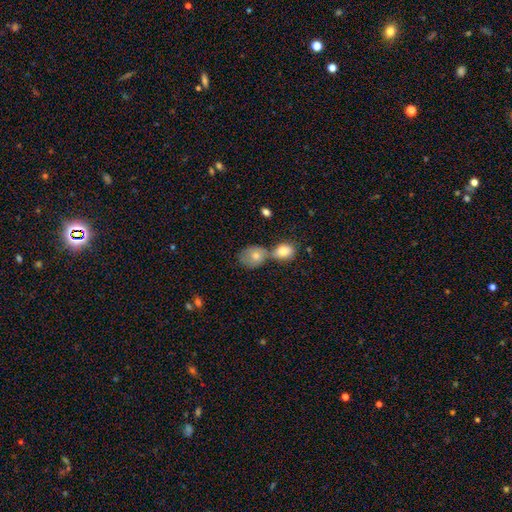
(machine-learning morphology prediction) Smooth or featured? smooth (77%)
How rounded? round (55%)
Merging? merger (52%)